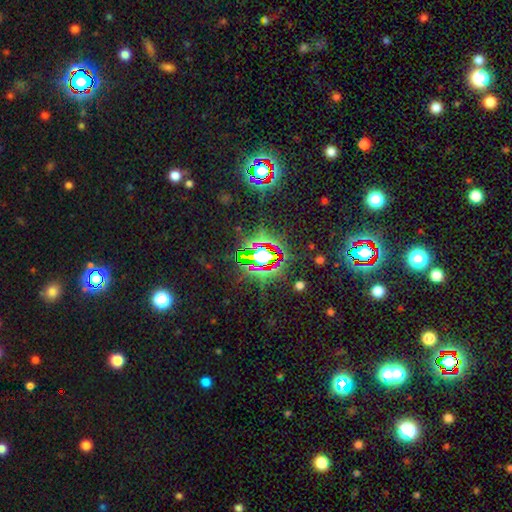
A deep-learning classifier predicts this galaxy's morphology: This is likely a star or artifact rather than a galaxy (79%).